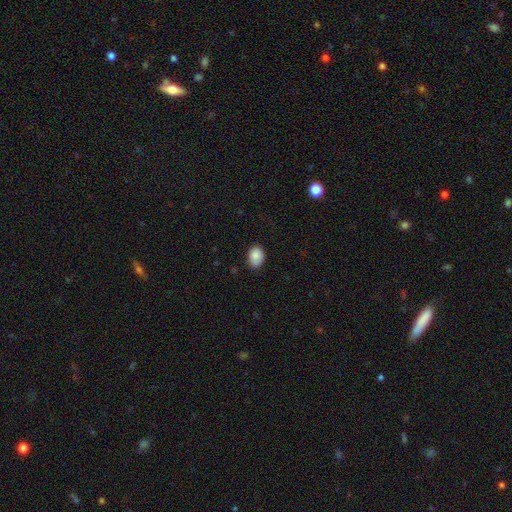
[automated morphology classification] smooth-or-featured: smooth: 86% | star or artifact: 8% | featured or disk: 6%
  how-rounded: in between: 71% | round: 28% | cigar-shaped: 1%
  merging: none: 77% | minor disturbance: 19% | major disturbance: 3% | merger: 1%